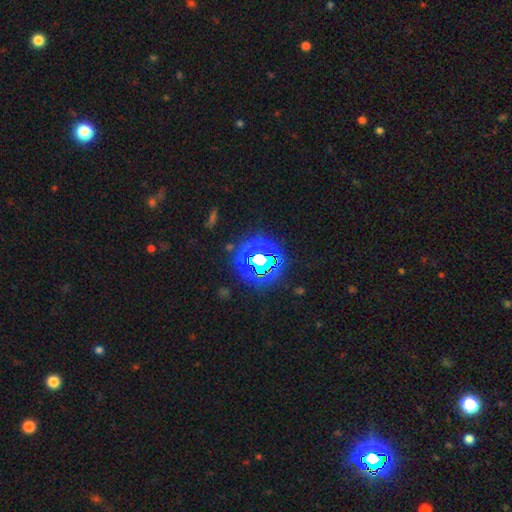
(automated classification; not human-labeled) Overall: star or artifact (74%).